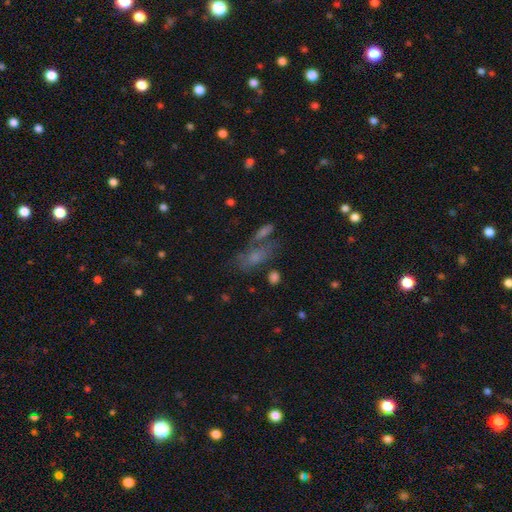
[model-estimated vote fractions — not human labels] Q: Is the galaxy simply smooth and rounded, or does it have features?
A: smooth — 53%.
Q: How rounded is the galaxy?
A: in between — 72%.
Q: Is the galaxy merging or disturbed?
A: none — 43%.